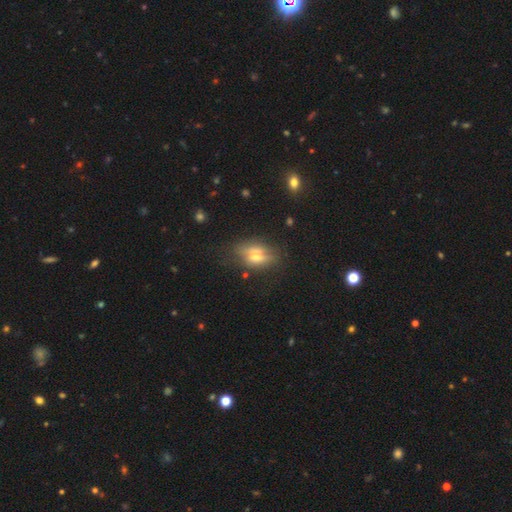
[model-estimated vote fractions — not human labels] Smooth or featured?
  - featured or disk: 45% *
  - smooth: 41%
  - star or artifact: 14%
Merging?
  - none: 65% *
  - minor disturbance: 20%
  - major disturbance: 10%
  - merger: 5%